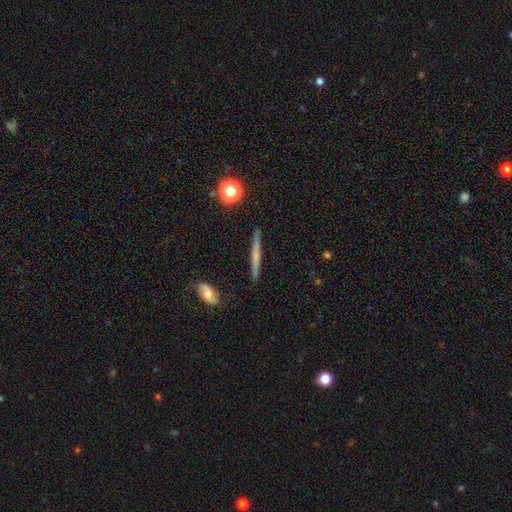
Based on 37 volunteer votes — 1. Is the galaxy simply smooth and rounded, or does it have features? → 54% featured or disk, 43% smooth, 3% star or artifact.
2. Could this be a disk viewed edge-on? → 95% yes, 5% no.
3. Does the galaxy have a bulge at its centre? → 84% none, 11% rounded, 5% boxy.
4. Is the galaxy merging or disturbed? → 97% none, 3% minor disturbance, 0% major disturbance, 0% merger.